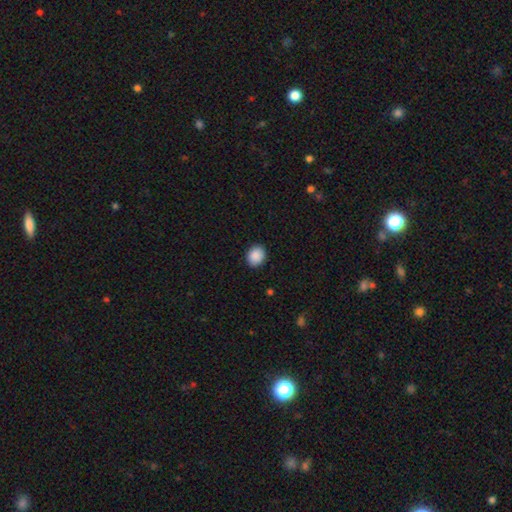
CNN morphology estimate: This appears to be a smooth galaxy with no disk features (90%) that is round (64%). Merging: none (91%).